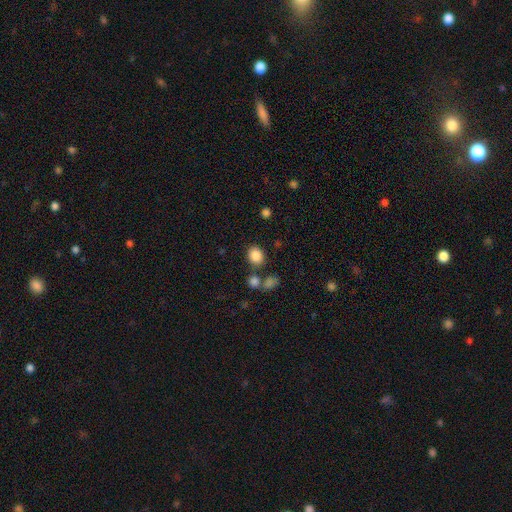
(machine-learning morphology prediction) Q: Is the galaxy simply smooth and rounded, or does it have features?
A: smooth — 86%.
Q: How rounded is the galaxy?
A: round — 53%.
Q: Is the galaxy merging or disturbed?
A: none — 74%.